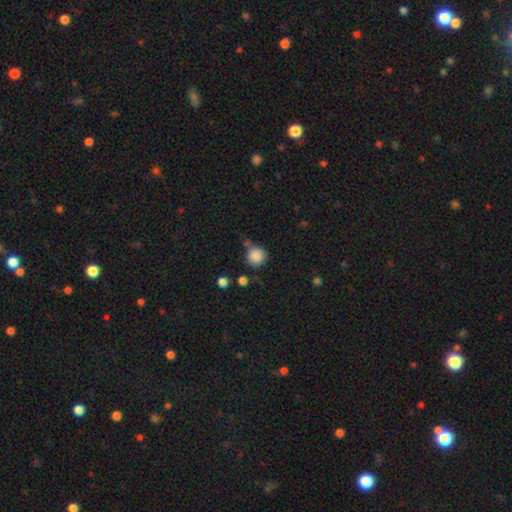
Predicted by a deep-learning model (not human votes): Smooth or featured: smooth — 86% (star or artifact — 9%)
How rounded: round — 92% (in between — 7%)
Merging: none — 68% (minor disturbance — 18%)